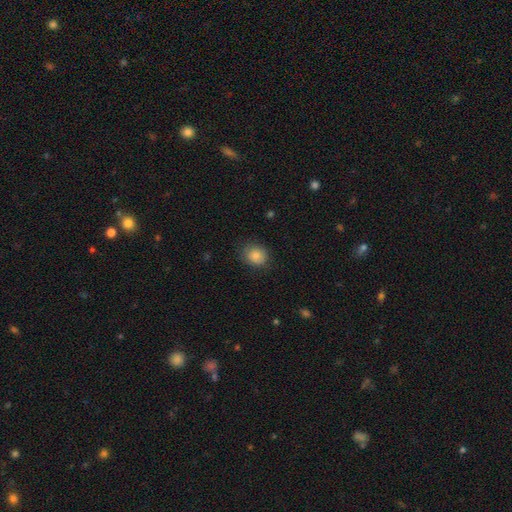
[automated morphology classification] The model was most divided on "how rounded": round: 66%, in between: 33%, cigar-shaped: 1%. More confident: smooth or featured — smooth (84%); merging — none (81%).